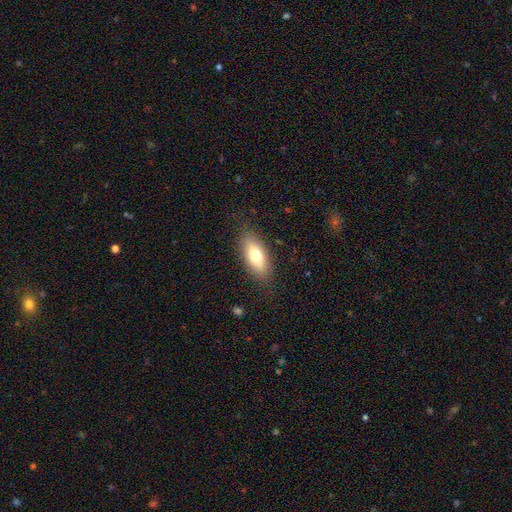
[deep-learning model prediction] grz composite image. It shows a smooth galaxy with no disk features (68%) that is in between round and cigar-shaped (76%). Merging: none (84%).